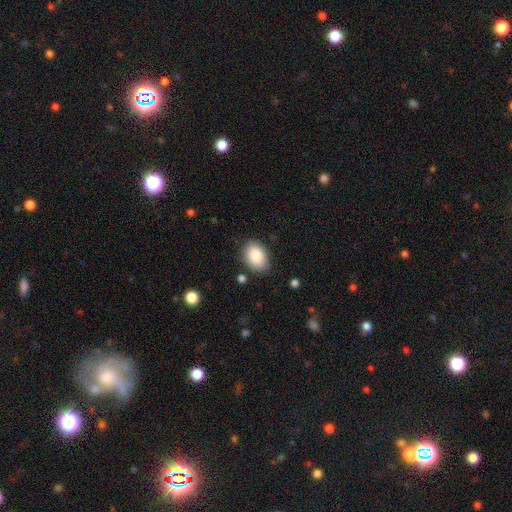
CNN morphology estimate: A smooth galaxy with no disk features (87%) that is in between round and cigar-shaped (82%). Merging: none (81%).